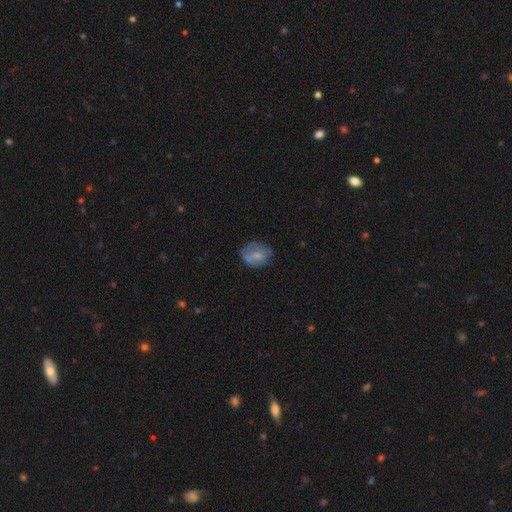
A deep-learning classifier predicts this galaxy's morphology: Q: Smooth or featured?
A: smooth (61%); runner-up: featured or disk (30%)
Q: How rounded?
A: round (57%); runner-up: in between (42%)
Q: Merging?
A: none (56%); runner-up: minor disturbance (27%)